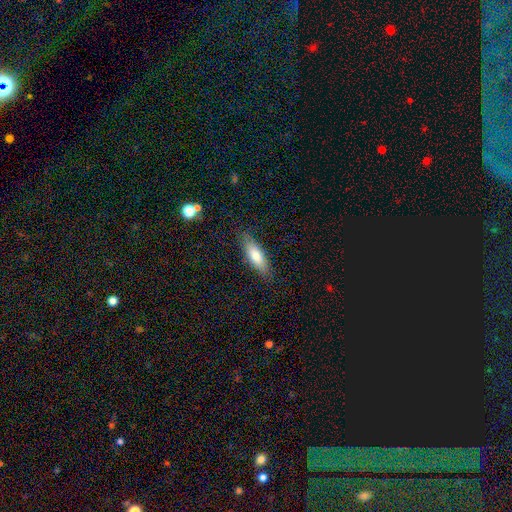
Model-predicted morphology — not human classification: Q: Smooth or featured?
A: smooth (74%); runner-up: featured or disk (19%)
Q: How rounded?
A: in between (53%); runner-up: cigar-shaped (45%)
Q: Merging?
A: none (84%); runner-up: minor disturbance (12%)